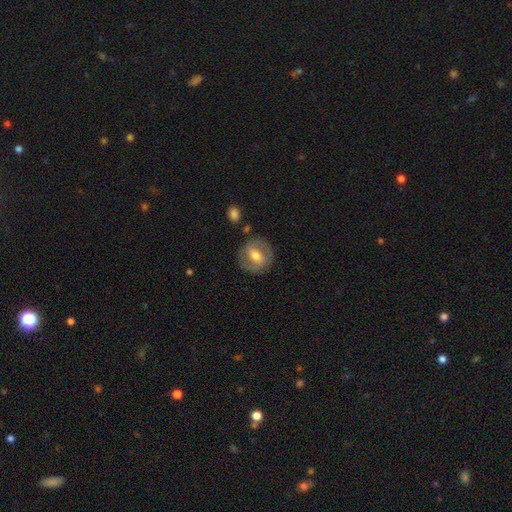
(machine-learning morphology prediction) Q: Smooth or featured?
A: featured or disk (50%); runner-up: smooth (43%)
Q: Edge-on disk?
A: no (95%); runner-up: yes (5%)
Q: Merging?
A: none (81%); runner-up: minor disturbance (12%)